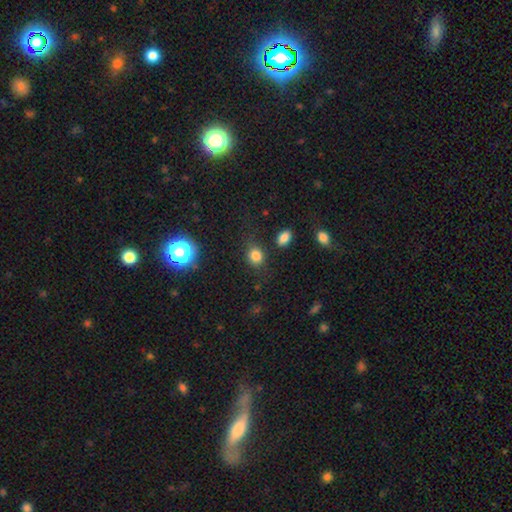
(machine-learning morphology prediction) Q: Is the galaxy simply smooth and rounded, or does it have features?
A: smooth — 80%.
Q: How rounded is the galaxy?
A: round — 63%.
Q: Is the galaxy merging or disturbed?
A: none — 78%.